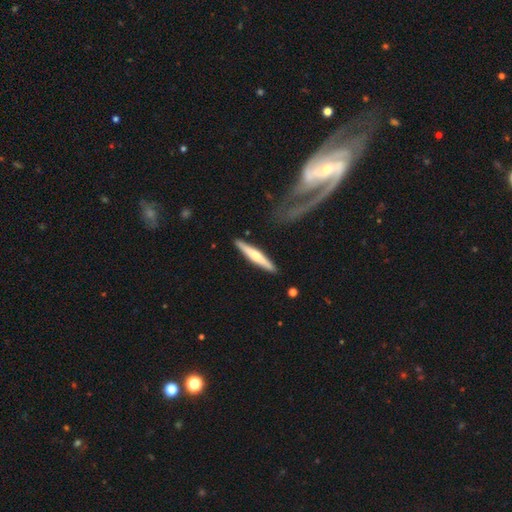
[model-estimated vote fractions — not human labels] smooth-or-featured: smooth: 49% | featured or disk: 46% | star or artifact: 5%
  merging: none: 88% | minor disturbance: 8% | major disturbance: 2% | merger: 2%